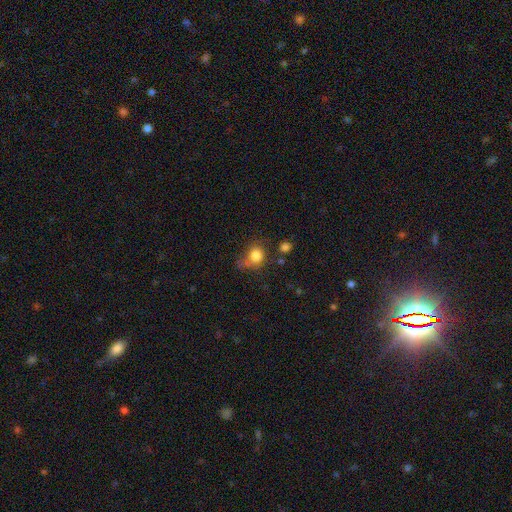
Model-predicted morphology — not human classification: Overall: smooth (81%). How rounded: round (76%). Merging: none (53%; minor disturbance 23%).